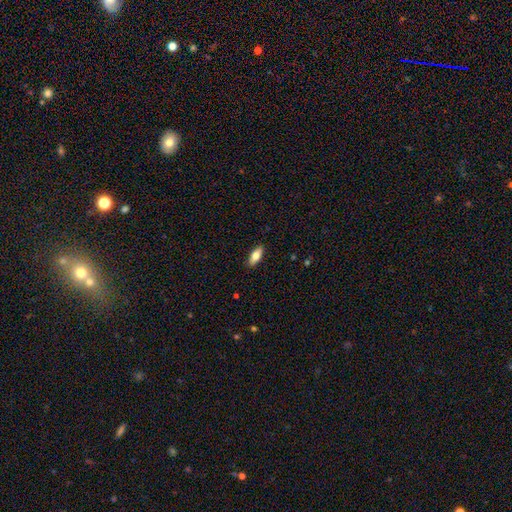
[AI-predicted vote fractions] Smooth or featured? Predicted: smooth (p=0.76). How rounded? Predicted: in between (p=0.78). Merging? Predicted: none (p=0.89).